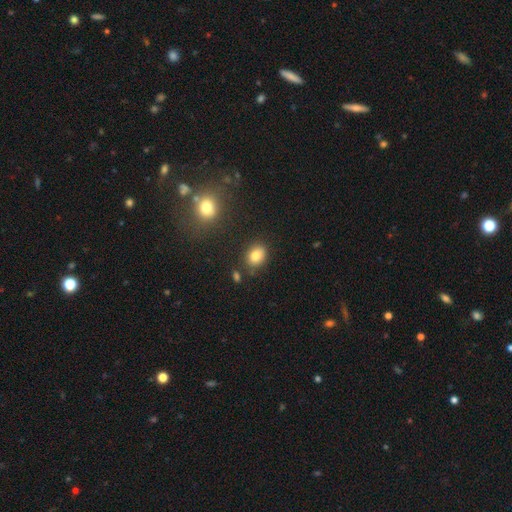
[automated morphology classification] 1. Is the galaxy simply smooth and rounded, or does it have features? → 82% smooth, 10% star or artifact, 8% featured or disk.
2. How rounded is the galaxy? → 61% in between, 38% round, 1% cigar-shaped.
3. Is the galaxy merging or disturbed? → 78% none, 13% minor disturbance, 5% merger, 3% major disturbance.